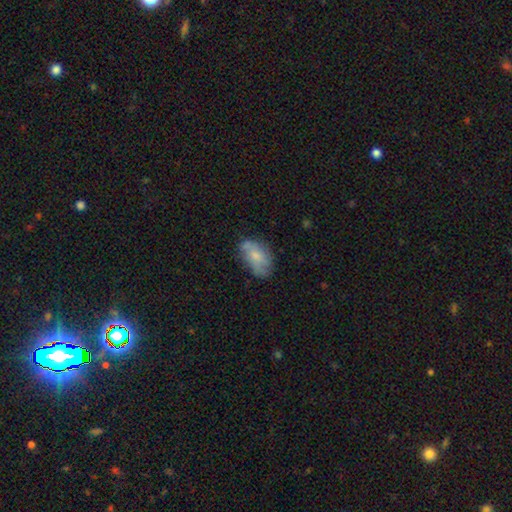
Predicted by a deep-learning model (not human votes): A smooth galaxy with no disk features (58%) that is in between round and cigar-shaped (91%).

Vote fractions:
- Smooth or featured? smooth: 58% / featured or disk: 34% / star or artifact: 8%
- How rounded? in between: 91% / round: 7% / cigar-shaped: 2%
- Merging? none: 53% / minor disturbance: 31% / major disturbance: 12% / merger: 4%